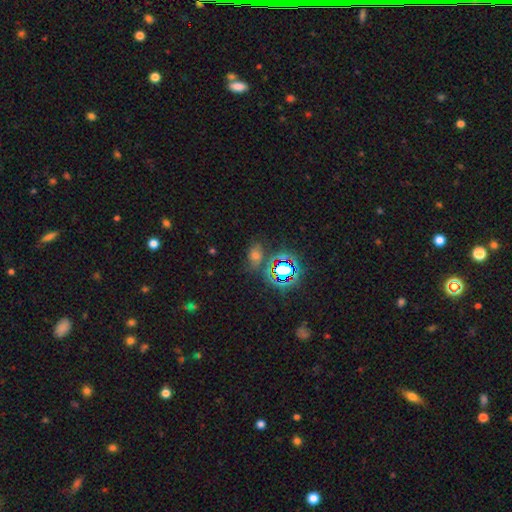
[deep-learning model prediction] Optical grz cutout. It shows a star or artifact, not a galaxy (48%).